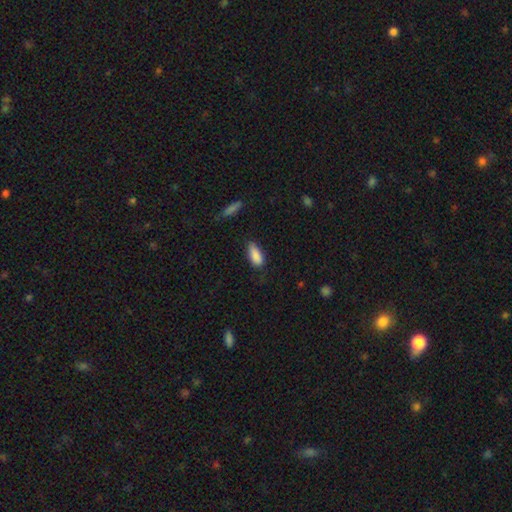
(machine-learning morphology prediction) This is clearly a smooth galaxy (87%). How rounded: clearly in between (80%). Merging: likely none (64%).